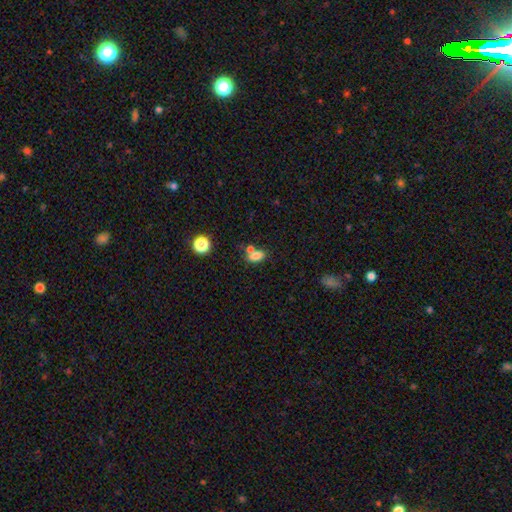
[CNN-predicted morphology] type=smooth (77%); roundness=in between (81%); merging=none (46%).